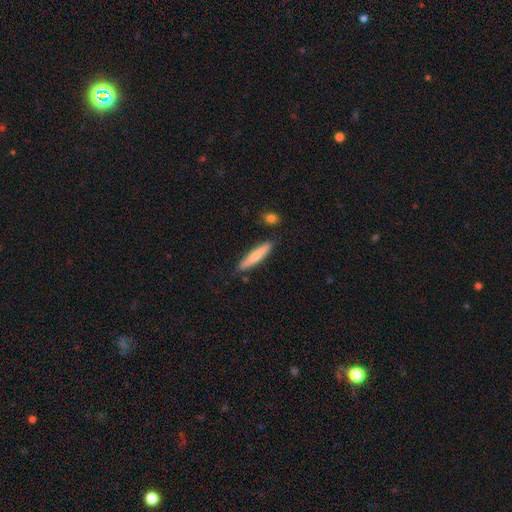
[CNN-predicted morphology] Smooth or featured: smooth — 70% (featured or disk — 24%)
How rounded: cigar-shaped — 88% (in between — 11%)
Merging: none — 84% (minor disturbance — 11%)